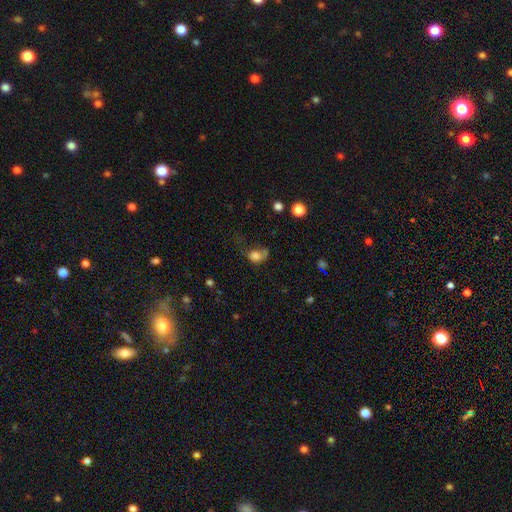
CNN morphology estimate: Smooth or featured? Predicted: smooth (p=0.71). How rounded? Predicted: in between (p=0.56). Merging? Predicted: major disturbance (p=0.43).